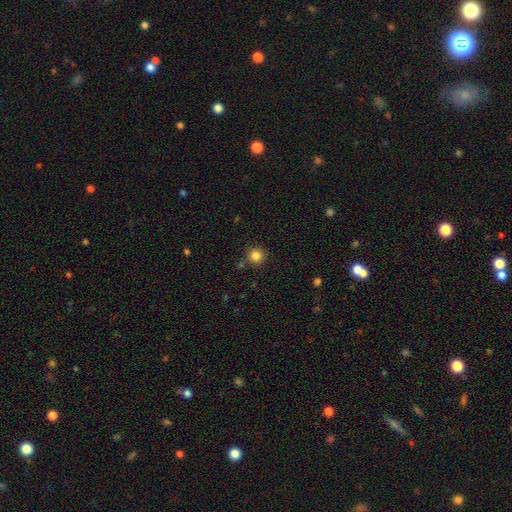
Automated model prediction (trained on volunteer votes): smooth-or-featured: smooth: 83% | star or artifact: 12% | featured or disk: 5%
  how-rounded: round: 95% | in between: 4% | cigar-shaped: 1%
  merging: none: 86% | minor disturbance: 7% | merger: 5% | major disturbance: 2%